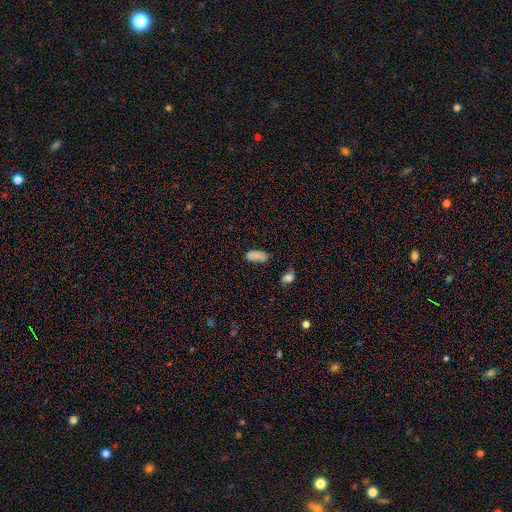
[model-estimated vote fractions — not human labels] Smooth or featured? smooth (81%)
How rounded? in between (89%)
Merging? none (59%)